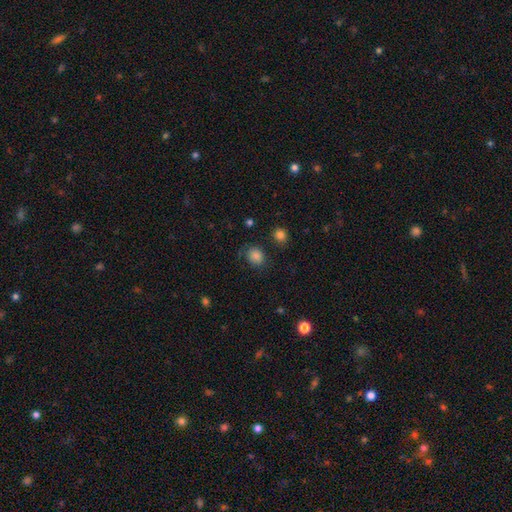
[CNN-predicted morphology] A smooth galaxy with no disk features (84%) that is round (60%).

Vote fractions:
- Smooth or featured? smooth: 84% / star or artifact: 11% / featured or disk: 5%
- How rounded? round: 60% / in between: 40% / cigar-shaped: 1%
- Merging? none: 76% / minor disturbance: 16% / major disturbance: 5% / merger: 3%